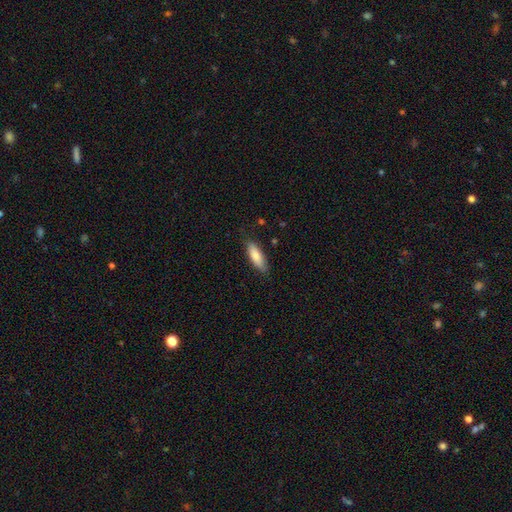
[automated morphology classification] This appears to be a smooth galaxy with no disk features (81%) that is in between round and cigar-shaped (55%). Merging: none (81%).